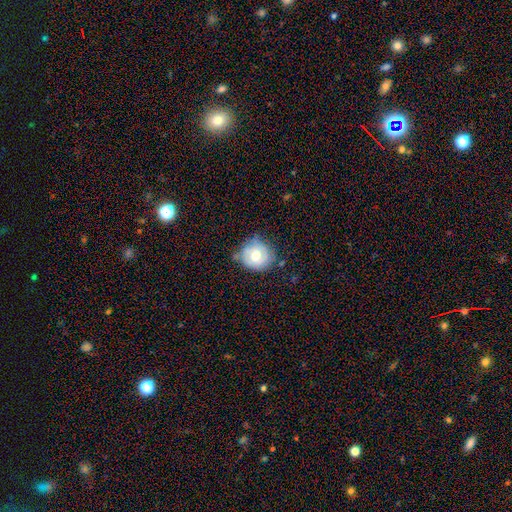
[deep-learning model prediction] smooth-or-featured: smooth: 56% | featured or disk: 36% | star or artifact: 8%
  how-rounded: round: 84% | in between: 15% | cigar-shaped: 1%
  merging: none: 64% | minor disturbance: 26% | major disturbance: 7% | merger: 3%